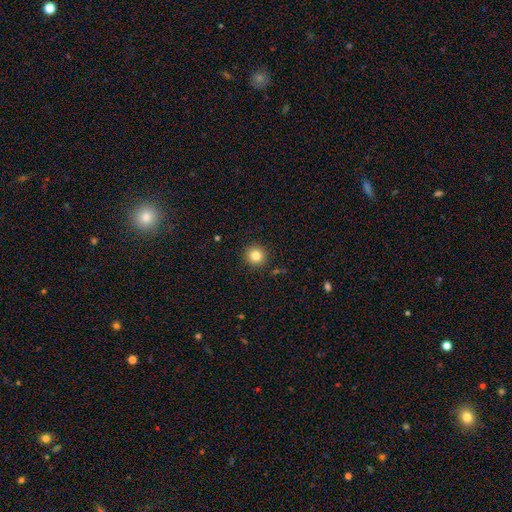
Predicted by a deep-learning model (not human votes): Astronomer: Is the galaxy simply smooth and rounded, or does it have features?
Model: smooth — 83%.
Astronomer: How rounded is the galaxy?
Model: round — 94%.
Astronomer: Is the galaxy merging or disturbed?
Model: none — 92%.